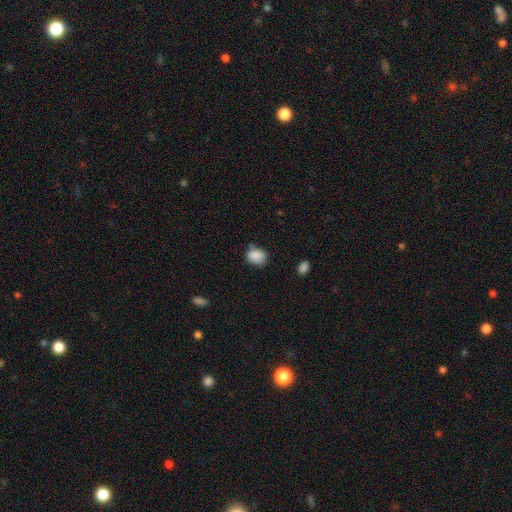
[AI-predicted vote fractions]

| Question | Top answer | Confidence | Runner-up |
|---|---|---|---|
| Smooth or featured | smooth | 86% | star or artifact (9%) |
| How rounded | in between | 53% | round (45%) |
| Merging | none | 63% | minor disturbance (26%) |